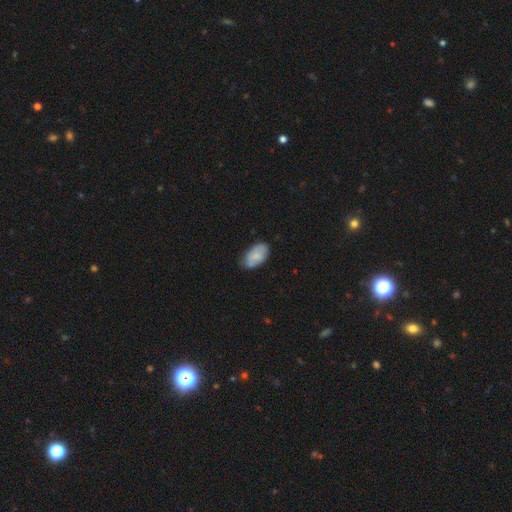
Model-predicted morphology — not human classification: This is likely a smooth galaxy (71%). How rounded: clearly in between (94%). Merging: likely none (65%).